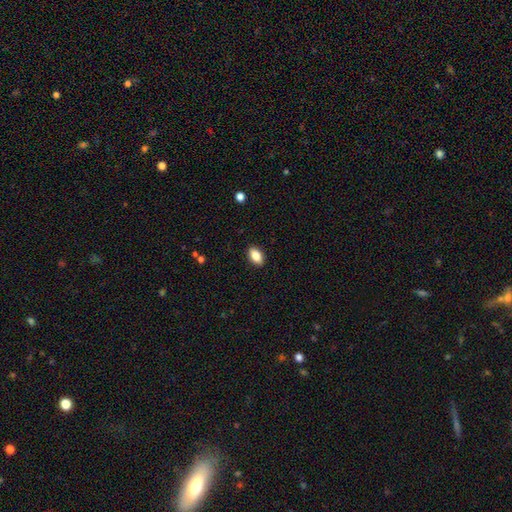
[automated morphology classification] Smooth or featured? smooth (84%)
How rounded? in between (91%)
Merging? none (89%)